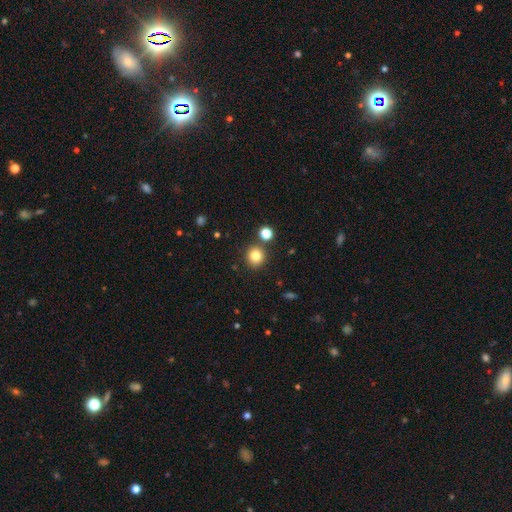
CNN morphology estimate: Smooth or featured?
  - smooth: 81% *
  - star or artifact: 13%
  - featured or disk: 7%
How rounded?
  - round: 91% *
  - in between: 8%
  - cigar-shaped: 1%
Merging?
  - none: 84% *
  - merger: 7%
  - minor disturbance: 6%
  - major disturbance: 2%